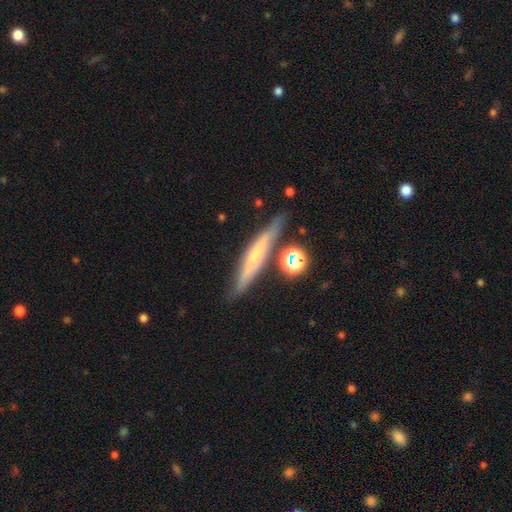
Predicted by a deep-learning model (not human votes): Smooth or featured?
  - featured or disk: 51% *
  - smooth: 40%
  - star or artifact: 10%
Edge-on disk?
  - yes: 91% *
  - no: 9%
Merging?
  - none: 77% *
  - minor disturbance: 13%
  - merger: 6%
  - major disturbance: 3%